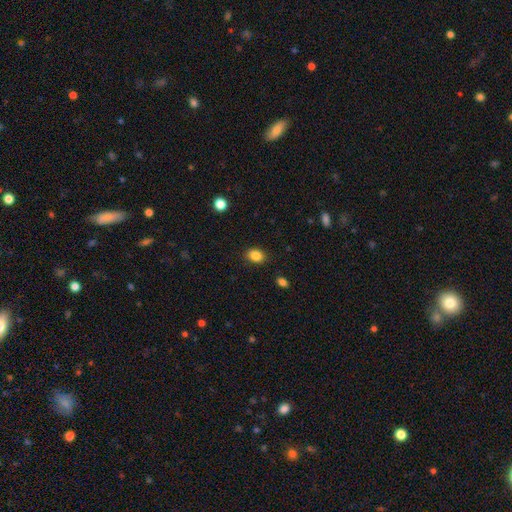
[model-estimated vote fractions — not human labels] Smooth or featured? smooth (85%)
How rounded? in between (65%)
Merging? none (86%)